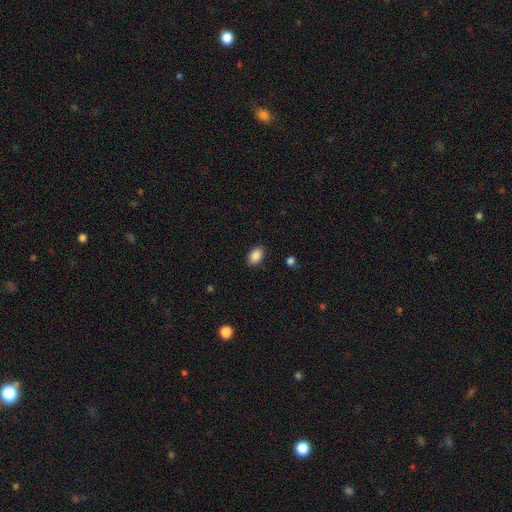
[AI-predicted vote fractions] This is clearly a smooth galaxy (88%). How rounded: clearly in between (87%). Merging: clearly none (87%).